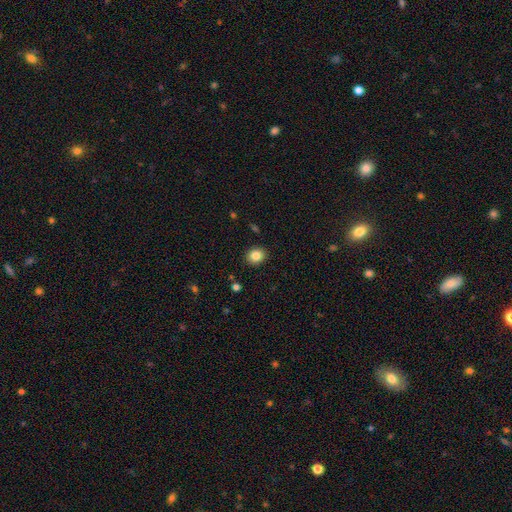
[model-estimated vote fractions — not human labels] smooth-or-featured: smooth: 85% | star or artifact: 10% | featured or disk: 5%
  how-rounded: round: 72% | in between: 27% | cigar-shaped: 1%
  merging: none: 90% | minor disturbance: 6% | major disturbance: 2% | merger: 1%